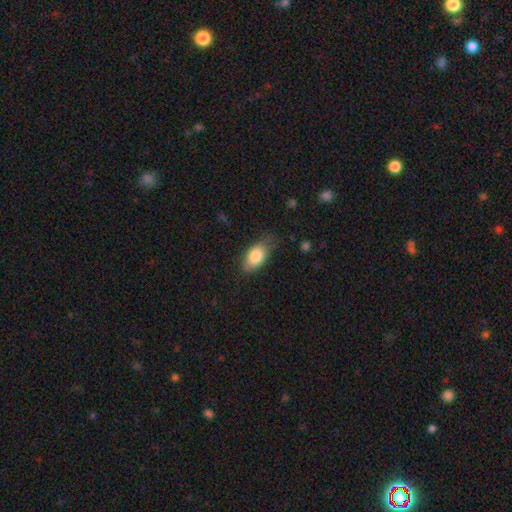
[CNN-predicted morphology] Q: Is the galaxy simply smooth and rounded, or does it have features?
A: smooth — 82%.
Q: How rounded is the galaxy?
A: in between — 91%.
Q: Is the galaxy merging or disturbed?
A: none — 64%.